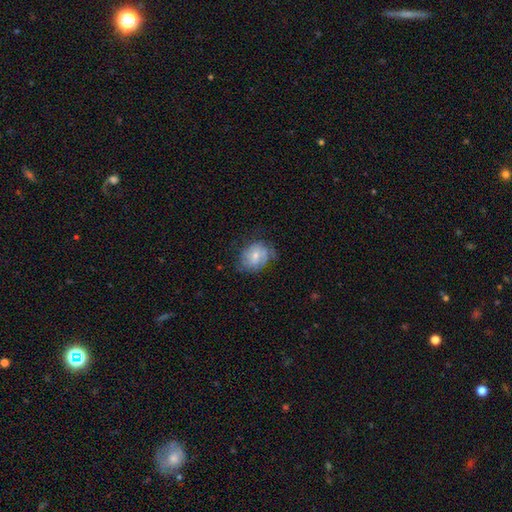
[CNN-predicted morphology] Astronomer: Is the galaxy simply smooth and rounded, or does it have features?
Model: smooth — 47% (runner-up: featured or disk, 44%).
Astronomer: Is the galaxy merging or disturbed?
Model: none — 57%.